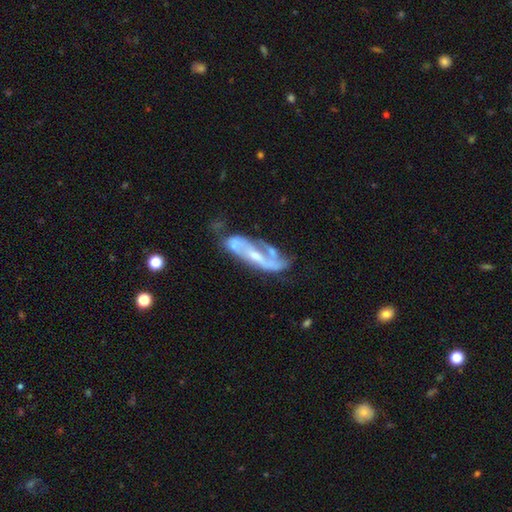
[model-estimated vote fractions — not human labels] Overall: featured or disk (79%). Edge-on disk: no (83%). Bar: no (41%; weak 32%). Spiral arms: yes (82%). Spiral arm count: 2 (71%). Spiral winding: medium (40%; loose 36%). Bulge size: small (56%; moderate 35%). Merging: none (43%; minor disturbance 25%).